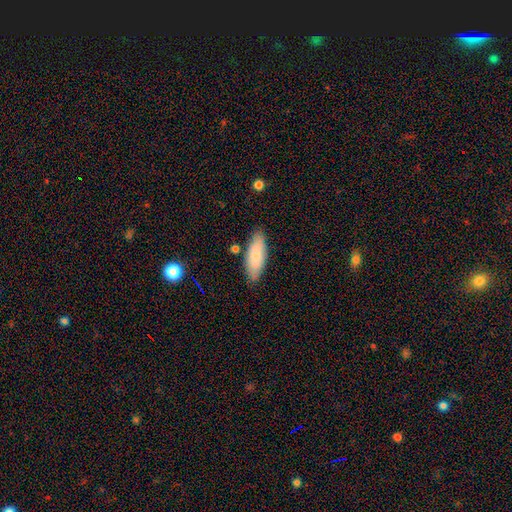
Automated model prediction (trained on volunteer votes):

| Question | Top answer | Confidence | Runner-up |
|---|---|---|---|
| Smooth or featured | smooth | 82% | featured or disk (12%) |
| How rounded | in between | 68% | cigar-shaped (30%) |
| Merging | none | 83% | minor disturbance (12%) |